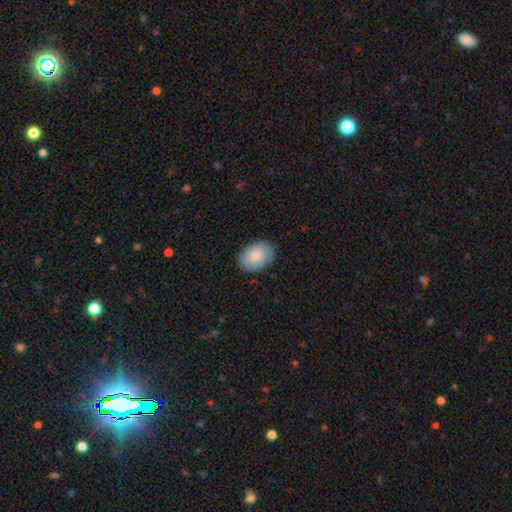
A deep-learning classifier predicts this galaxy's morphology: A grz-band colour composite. It shows a smooth galaxy with no disk features (82%) that is in between round and cigar-shaped (82%). Merging: none (87%).